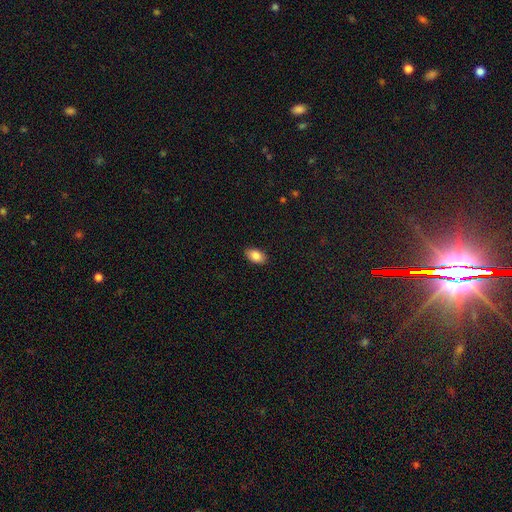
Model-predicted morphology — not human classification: smooth-or-featured: smooth: 86% | star or artifact: 7% | featured or disk: 7%
  how-rounded: in between: 91% | round: 7% | cigar-shaped: 2%
  merging: none: 88% | minor disturbance: 9% | major disturbance: 2% | merger: 1%